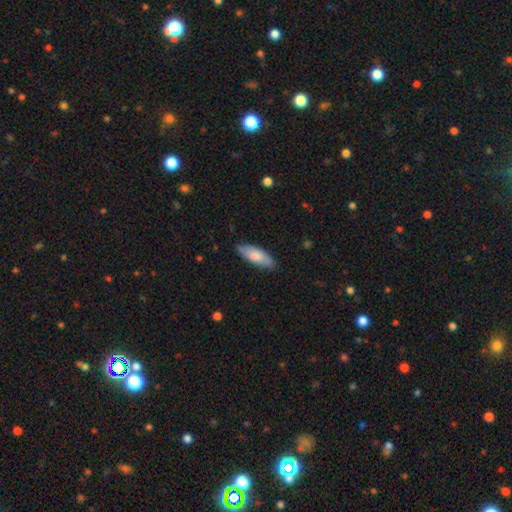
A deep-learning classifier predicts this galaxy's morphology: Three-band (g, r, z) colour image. It shows a smooth galaxy with no disk features (75%) that is in between round and cigar-shaped (68%). Merging: none (82%).